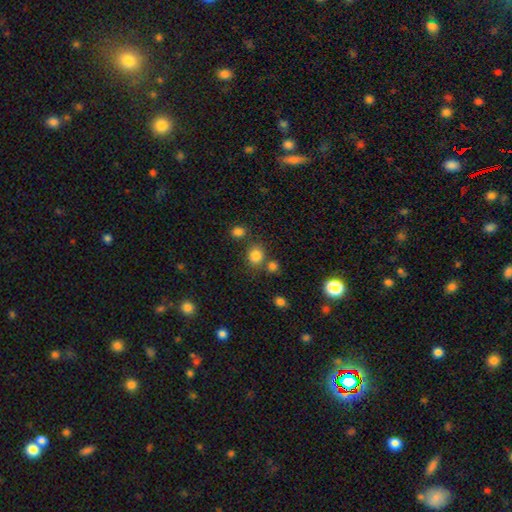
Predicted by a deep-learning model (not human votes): This is clearly a smooth galaxy (82%). How rounded: likely round (73%). Merging: likely none (69%).